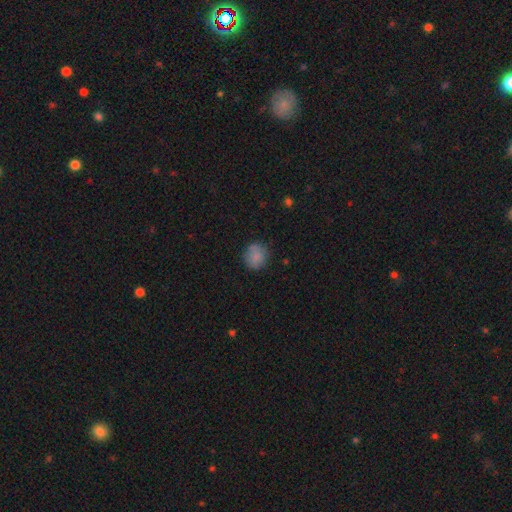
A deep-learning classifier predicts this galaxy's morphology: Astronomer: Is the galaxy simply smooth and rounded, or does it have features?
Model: smooth — 80%.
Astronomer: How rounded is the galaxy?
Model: round — 84%.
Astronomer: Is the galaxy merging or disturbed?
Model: none — 75%.